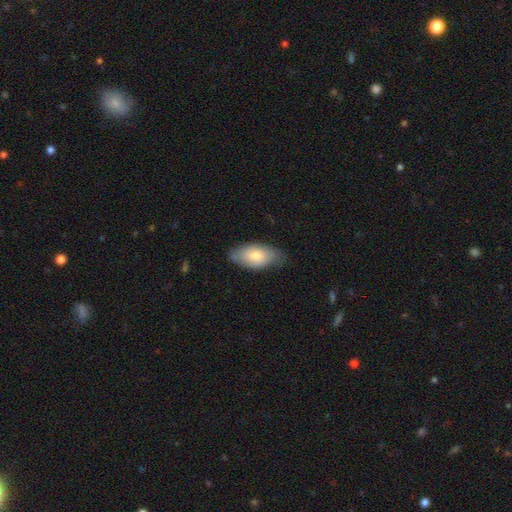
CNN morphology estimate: This appears to be a smooth galaxy with no disk features (70%) that is in between round and cigar-shaped (92%). Merging: none (72%).